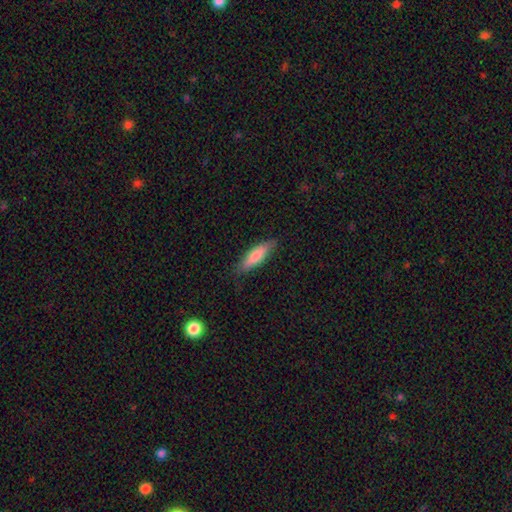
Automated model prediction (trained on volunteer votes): Smooth or featured: smooth — 77% (featured or disk — 17%)
How rounded: cigar-shaped — 66% (in between — 32%)
Merging: none — 84% (minor disturbance — 13%)